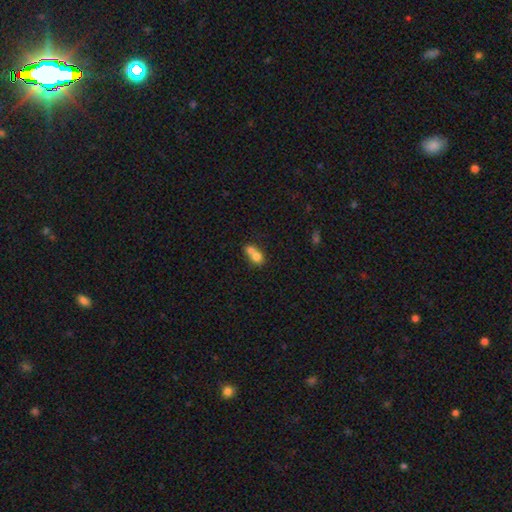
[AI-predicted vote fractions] A smooth galaxy with no disk features (71%) that is round (64%). Merging: merger (70%).